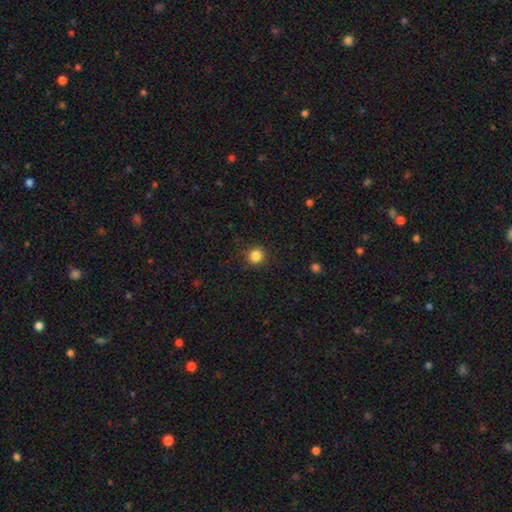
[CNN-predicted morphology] Q: Smooth or featured?
A: smooth (84%); runner-up: star or artifact (12%)
Q: How rounded?
A: round (92%); runner-up: in between (7%)
Q: Merging?
A: none (89%); runner-up: minor disturbance (7%)